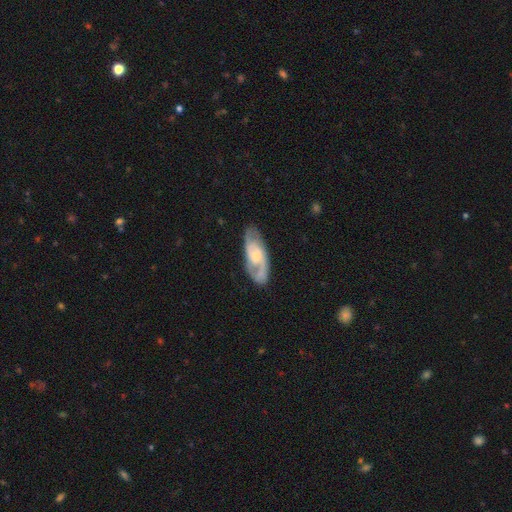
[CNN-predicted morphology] featured or disk 75%, smooth 20%, star or artifact 5%. Down the decision tree: edge-on disk — no (90%); bar — no (53%); spiral arms — yes (89%); spiral arm count — 2 (75%); spiral winding — medium (48%); bulge size — moderate (47%); merging — none (76%).